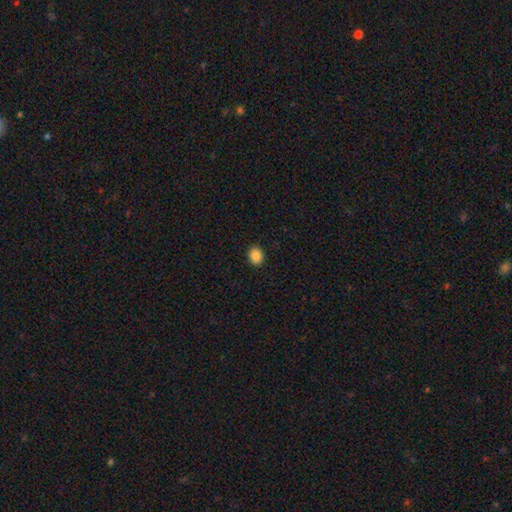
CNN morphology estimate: smooth_or_featured: smooth (p=0.87) [alt: star or artifact p=0.09]
how_rounded: round (p=0.63) [alt: in between p=0.36]
merging: none (p=0.91) [alt: minor disturbance p=0.06]